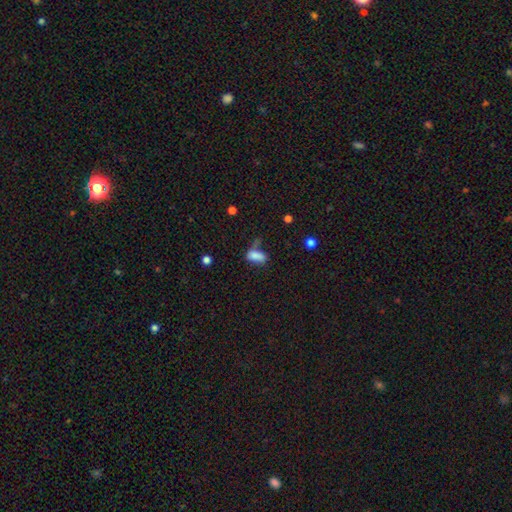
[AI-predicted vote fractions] Morphology: type=smooth (78%); roundness=in between (83%); merging=none (37%).